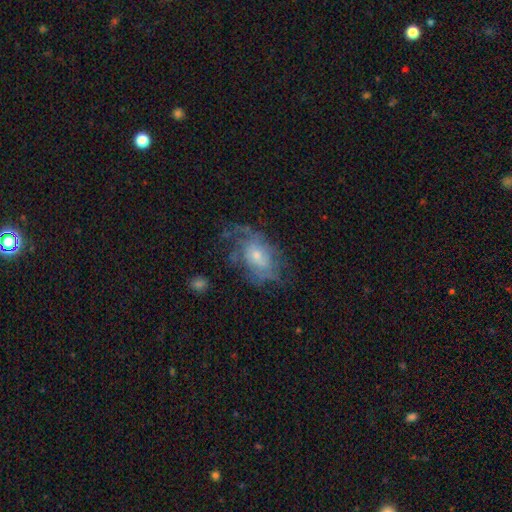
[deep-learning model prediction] Overall: featured or disk (65%; smooth 26%). Edge-on disk: no (96%). Bar: no (71%). Spiral arms: yes (70%; no 30%). Bulge size: small (55%; moderate 37%). Merging: none (46%; major disturbance 28%).